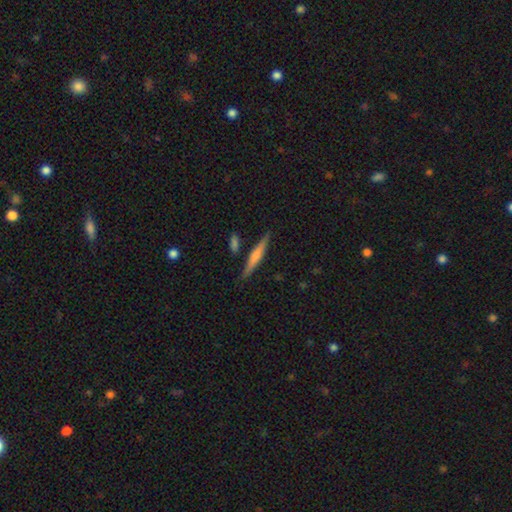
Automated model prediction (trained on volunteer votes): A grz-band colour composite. It shows a smooth galaxy with no disk features (51%) that is cigar-shaped (91%). Merging: none (83%).